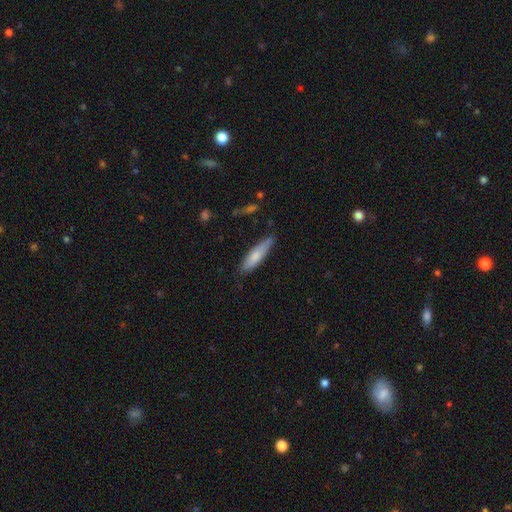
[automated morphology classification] Smooth or featured: smooth — 75% (featured or disk — 20%)
How rounded: cigar-shaped — 73% (in between — 26%)
Merging: none — 76% (minor disturbance — 19%)